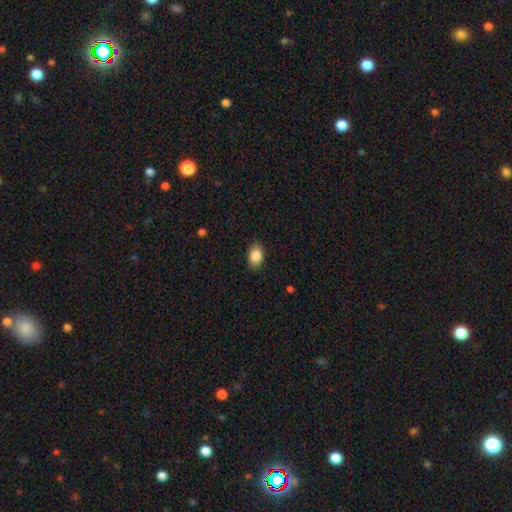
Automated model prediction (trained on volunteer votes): Morphology: type=smooth (87%); roundness=in between (84%); merging=none (86%).